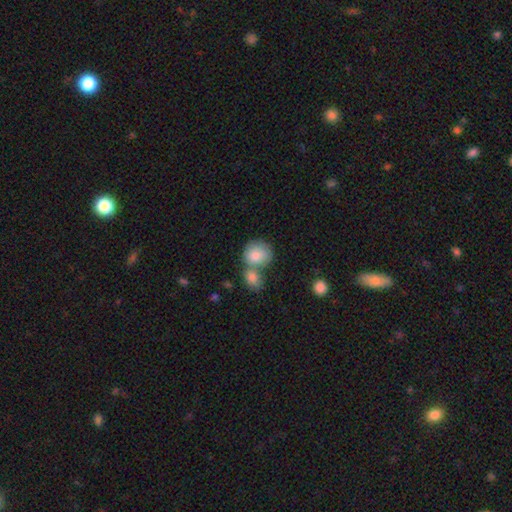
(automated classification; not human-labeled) Smooth or featured: smooth — 83% (featured or disk — 10%)
How rounded: round — 74% (in between — 24%)
Merging: merger — 52% (none — 34%)